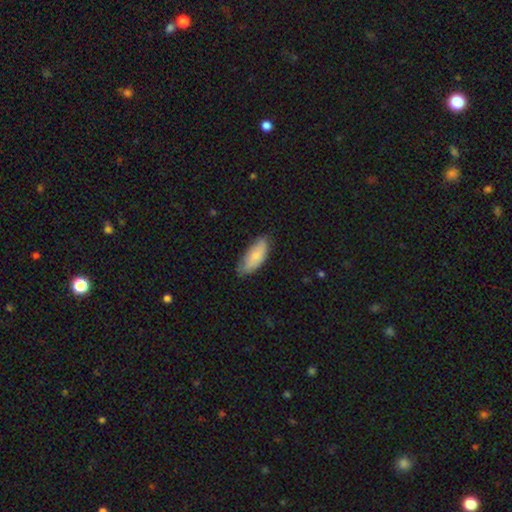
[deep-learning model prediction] smooth 78%, featured or disk 16%, star or artifact 6%. Down the decision tree: how rounded — in between (83%); merging — none (66%).